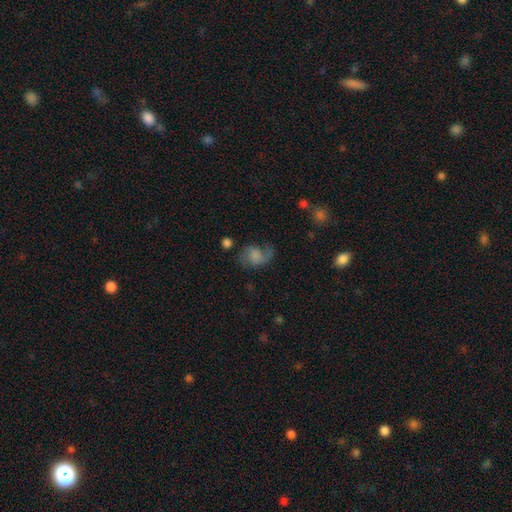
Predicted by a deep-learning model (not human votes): Morphology: type=featured or disk (58%); edge-on=no (98%); bar=no (68%); spiral arms=yes (90%); winding=loose (50%); arm count=2 (74%); bulge=none (46%); merging=none (53%).